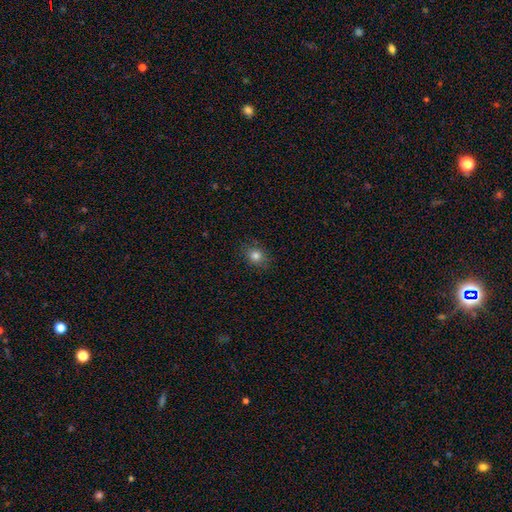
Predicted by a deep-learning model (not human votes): Q: Smooth or featured?
A: smooth (80%); runner-up: star or artifact (13%)
Q: How rounded?
A: round (63%); runner-up: in between (36%)
Q: Merging?
A: none (84%); runner-up: minor disturbance (12%)